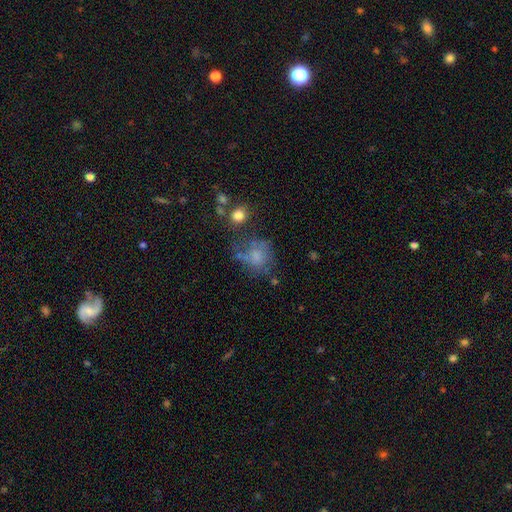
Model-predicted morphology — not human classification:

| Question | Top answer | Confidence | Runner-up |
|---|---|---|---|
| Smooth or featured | smooth | 64% | featured or disk (23%) |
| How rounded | round | 68% | in between (31%) |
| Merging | none | 44% | minor disturbance (24%) |